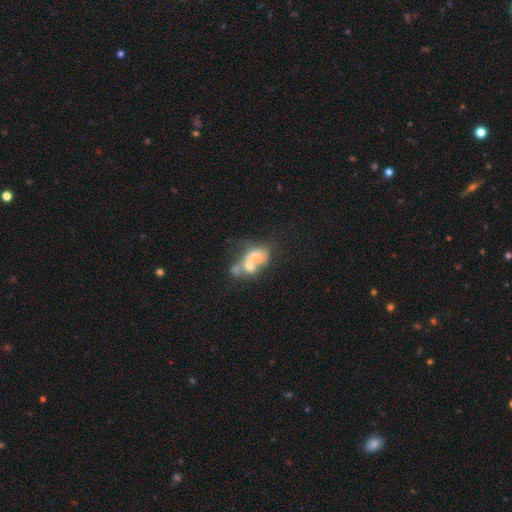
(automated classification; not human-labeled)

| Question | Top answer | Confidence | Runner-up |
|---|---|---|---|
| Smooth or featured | smooth | 53% | featured or disk (36%) |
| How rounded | in between | 65% | round (33%) |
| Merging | merger | 71% | none (12%) |